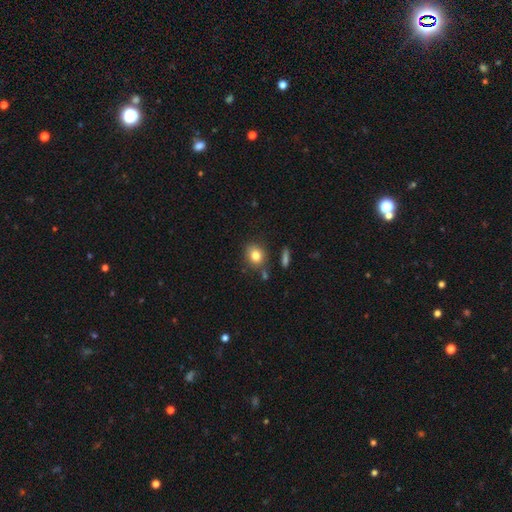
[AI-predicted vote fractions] Overall: smooth (81%). How rounded: round (57%; in between 41%). Merging: none (78%).